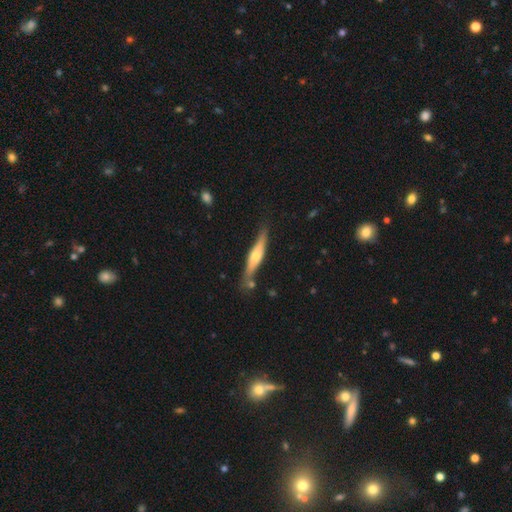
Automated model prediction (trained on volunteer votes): The model was most divided on "smooth or featured": featured or disk: 57%, smooth: 37%, star or artifact: 5%. More confident: edge-on disk — yes (91%); edge-on bulge — rounded (86%); merging — none (75%).